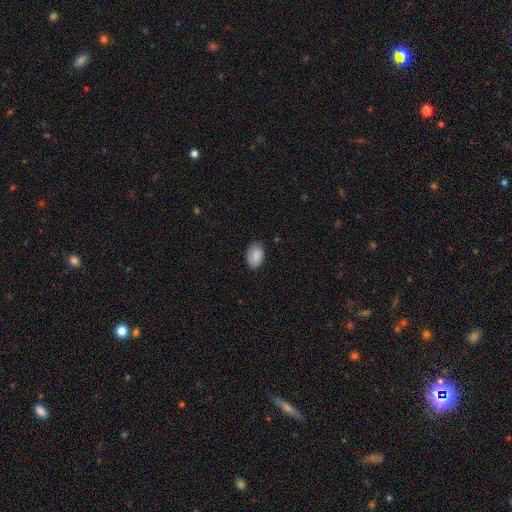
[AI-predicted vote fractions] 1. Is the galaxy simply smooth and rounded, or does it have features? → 83% smooth, 10% featured or disk, 7% star or artifact.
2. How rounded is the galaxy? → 86% in between, 13% round, 1% cigar-shaped.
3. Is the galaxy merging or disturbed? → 78% none, 18% minor disturbance, 3% major disturbance, 1% merger.